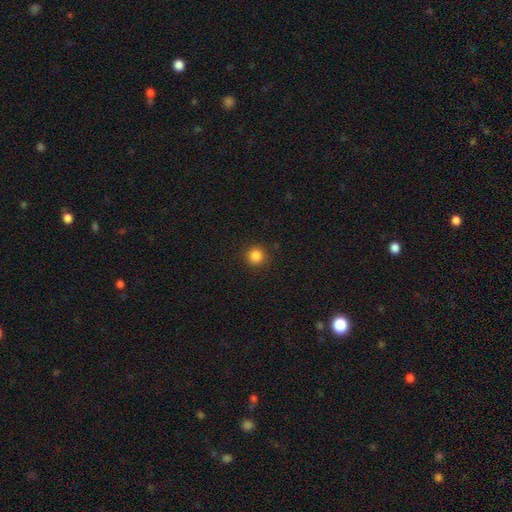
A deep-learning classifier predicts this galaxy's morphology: smooth_or_featured: smooth (p=0.85) [alt: star or artifact p=0.11]
how_rounded: round (p=0.94) [alt: in between p=0.05]
merging: none (p=0.90) [alt: minor disturbance p=0.06]